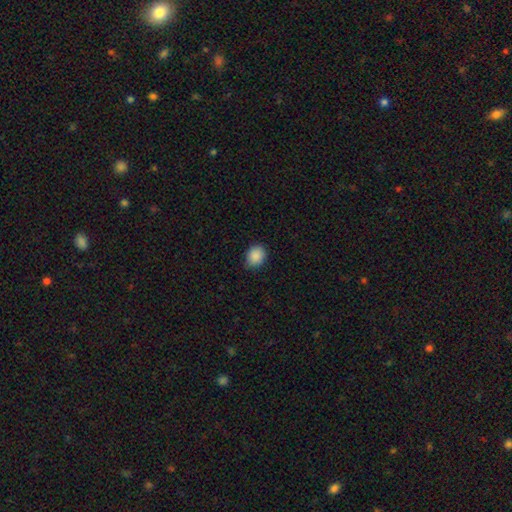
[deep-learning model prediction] Overall: smooth (89%). How rounded: round (61%; in between 39%). Merging: none (82%).